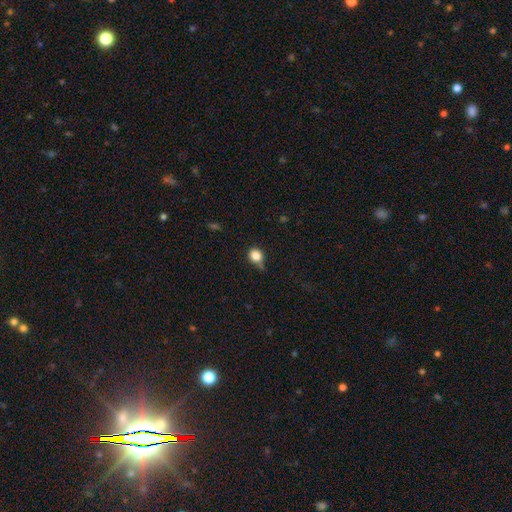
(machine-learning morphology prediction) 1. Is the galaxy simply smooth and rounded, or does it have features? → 82% smooth, 11% star or artifact, 7% featured or disk.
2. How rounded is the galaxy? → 72% round, 27% in between, 1% cigar-shaped.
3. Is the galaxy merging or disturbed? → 55% none, 32% minor disturbance, 9% major disturbance, 5% merger.